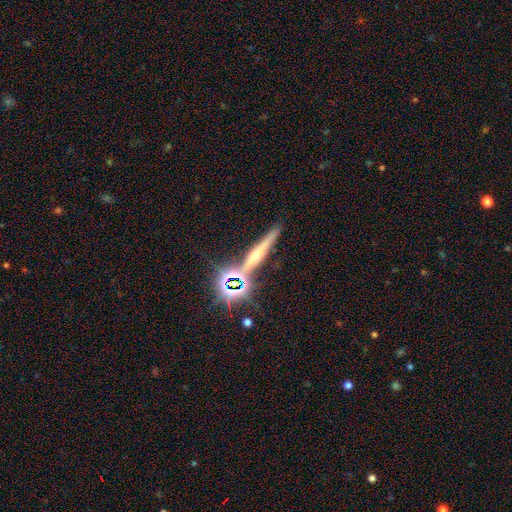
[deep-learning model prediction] A featured or disk galaxy (53%) viewed edge-on (93%). Merging: none (80%).